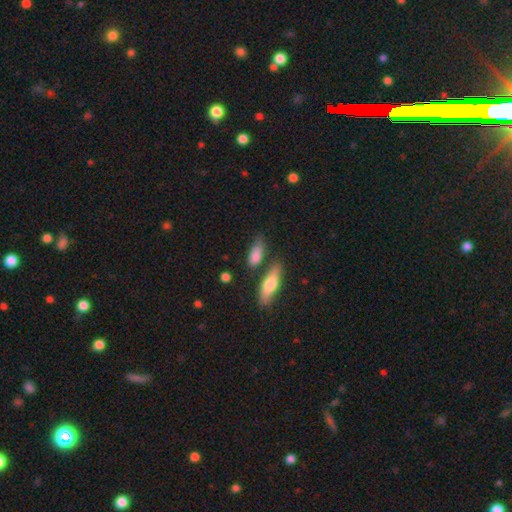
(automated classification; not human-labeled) A smooth galaxy with no disk features (82%) that is in between round and cigar-shaped (75%).

Vote fractions:
- Smooth or featured? smooth: 82% / featured or disk: 11% / star or artifact: 7%
- How rounded? in between: 75% / cigar-shaped: 21% / round: 5%
- Merging? none: 64% / minor disturbance: 18% / merger: 13% / major disturbance: 5%